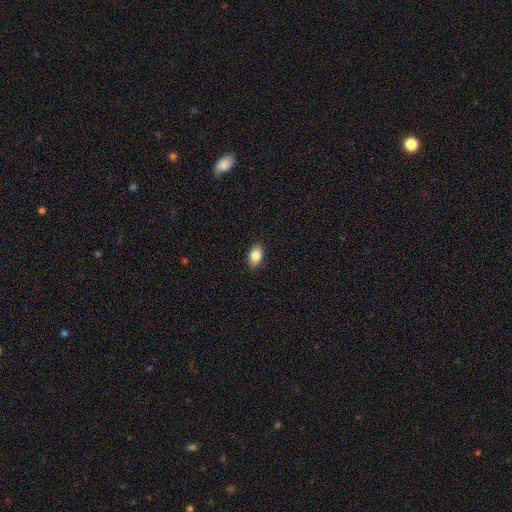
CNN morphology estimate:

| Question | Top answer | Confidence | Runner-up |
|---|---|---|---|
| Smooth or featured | smooth | 84% | featured or disk (9%) |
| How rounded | in between | 89% | round (9%) |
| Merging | none | 87% | minor disturbance (10%) |